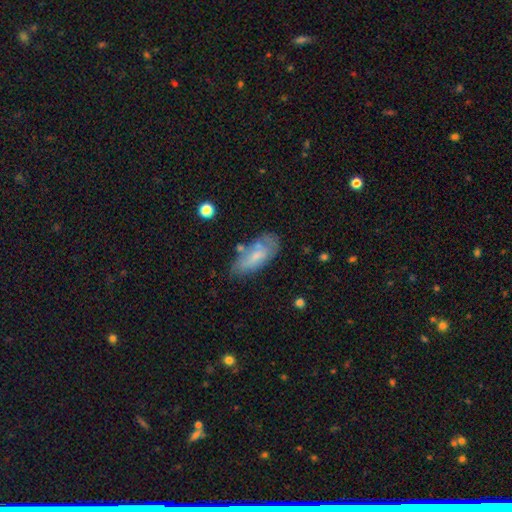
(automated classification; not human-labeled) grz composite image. It shows a smooth galaxy with no disk features (63%) that is in between round and cigar-shaped (80%). Merging: none (58%).